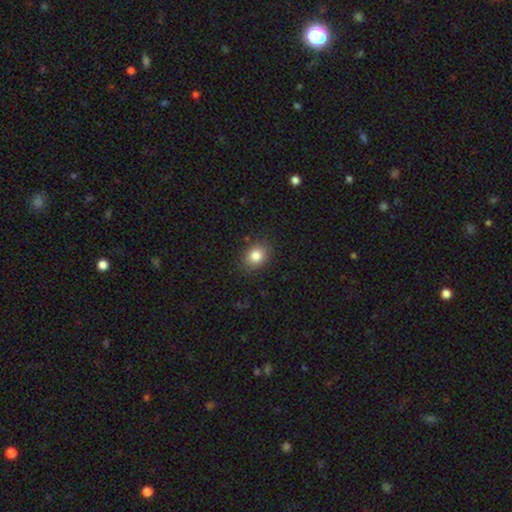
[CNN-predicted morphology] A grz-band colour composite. It shows a smooth galaxy with no disk features (83%) that is in between round and cigar-shaped (50%). Merging: none (86%).